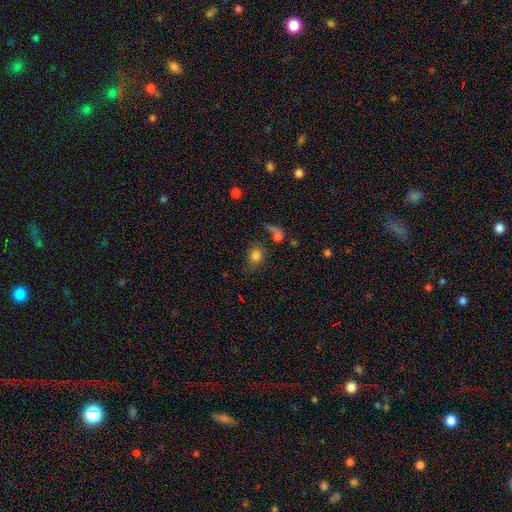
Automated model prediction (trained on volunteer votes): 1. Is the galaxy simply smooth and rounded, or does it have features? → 78% smooth, 12% star or artifact, 10% featured or disk.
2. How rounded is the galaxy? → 60% round, 38% in between, 2% cigar-shaped.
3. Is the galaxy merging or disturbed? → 57% none, 18% minor disturbance, 14% merger, 11% major disturbance.